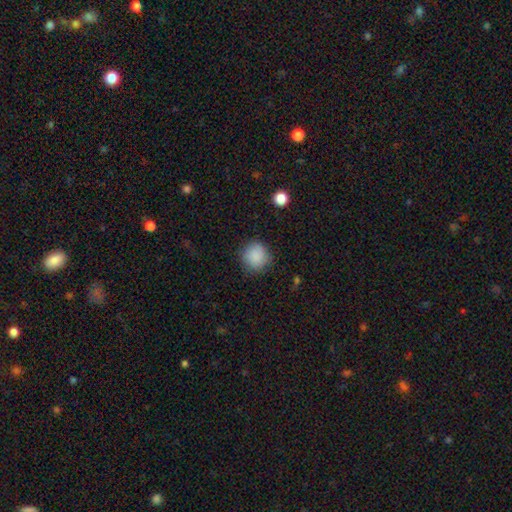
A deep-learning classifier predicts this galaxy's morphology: smooth 87%, star or artifact 8%, featured or disk 5%. Down the decision tree: how rounded — round (91%); merging — none (83%).